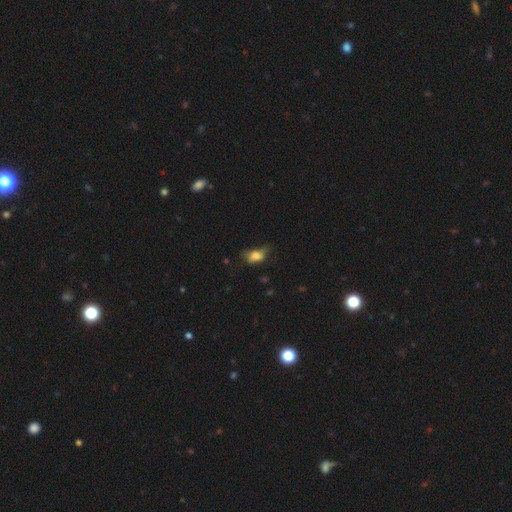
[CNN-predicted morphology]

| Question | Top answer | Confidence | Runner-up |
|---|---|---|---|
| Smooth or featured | smooth | 76% | featured or disk (13%) |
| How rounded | in between | 82% | round (14%) |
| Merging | none | 38% | minor disturbance (35%) |